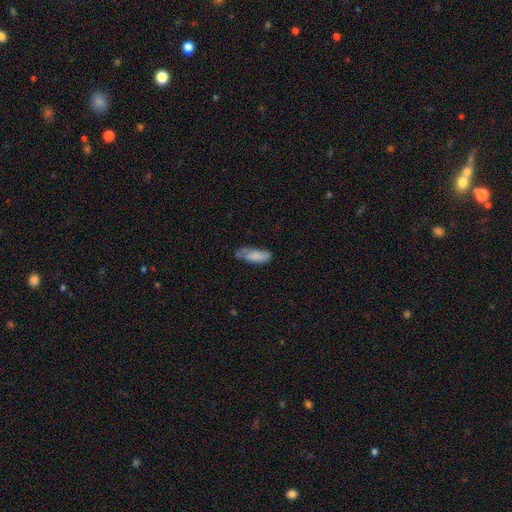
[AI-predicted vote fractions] Smooth or featured?
  - smooth: 77% *
  - featured or disk: 16%
  - star or artifact: 7%
How rounded?
  - in between: 69% *
  - cigar-shaped: 29%
  - round: 2%
Merging?
  - none: 49% *
  - minor disturbance: 35%
  - major disturbance: 12%
  - merger: 4%